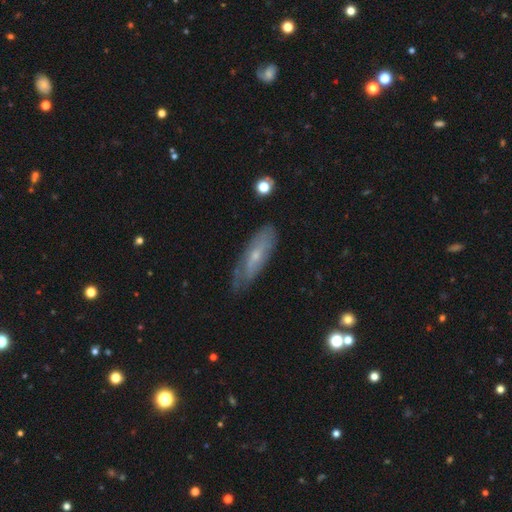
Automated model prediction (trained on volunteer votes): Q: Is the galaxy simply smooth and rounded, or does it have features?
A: featured or disk — 55%.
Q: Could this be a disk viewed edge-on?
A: no — 68%.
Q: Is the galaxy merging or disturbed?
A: none — 69%.